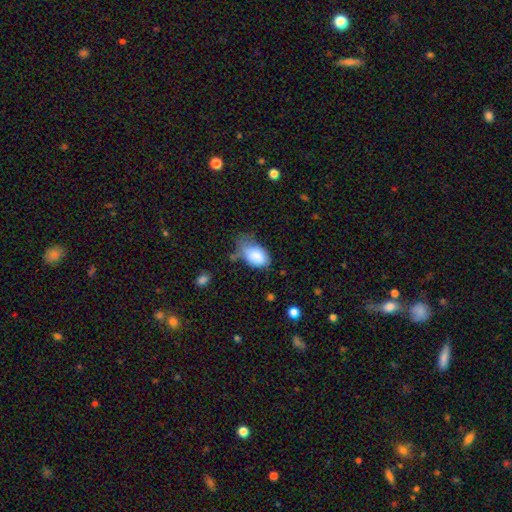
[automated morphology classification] Q: Smooth or featured?
A: smooth (82%); runner-up: featured or disk (11%)
Q: How rounded?
A: in between (92%); runner-up: round (7%)
Q: Merging?
A: minor disturbance (43%); runner-up: none (31%)